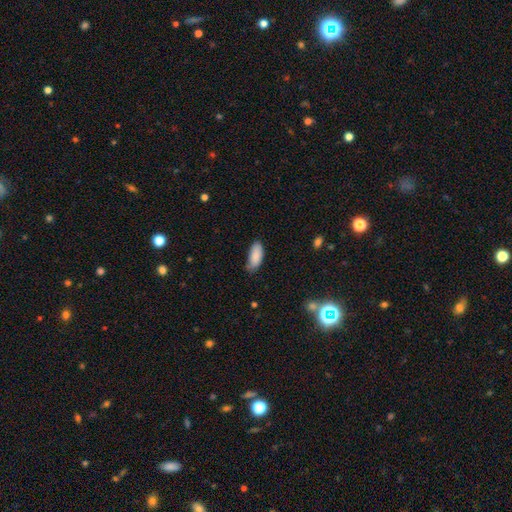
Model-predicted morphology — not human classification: This appears to be a smooth galaxy with no disk features (88%) that is in between round and cigar-shaped (85%). Merging: none (67%).